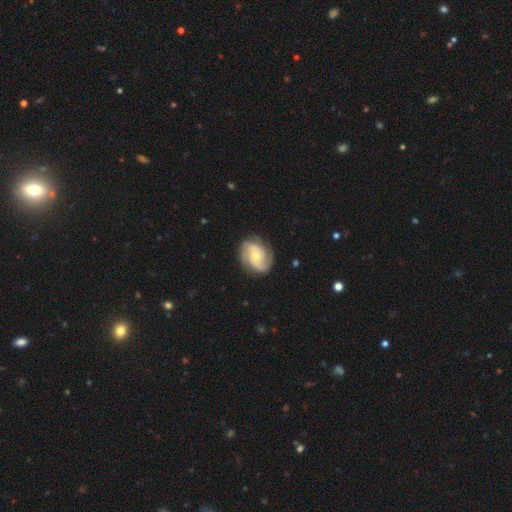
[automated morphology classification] Q: Smooth or featured?
A: featured or disk (85%); runner-up: smooth (10%)
Q: Edge-on disk?
A: no (98%); runner-up: yes (2%)
Q: Bar?
A: no (65%); runner-up: weak (28%)
Q: Spiral arms?
A: yes (96%); runner-up: no (4%)
Q: Spiral winding?
A: tight (50%); runner-up: medium (40%)
Q: Spiral arm count?
A: 2 (50%); runner-up: 3 (27%)
Q: Bulge size?
A: moderate (50%); runner-up: small (46%)
Q: Merging?
A: none (80%); runner-up: minor disturbance (15%)